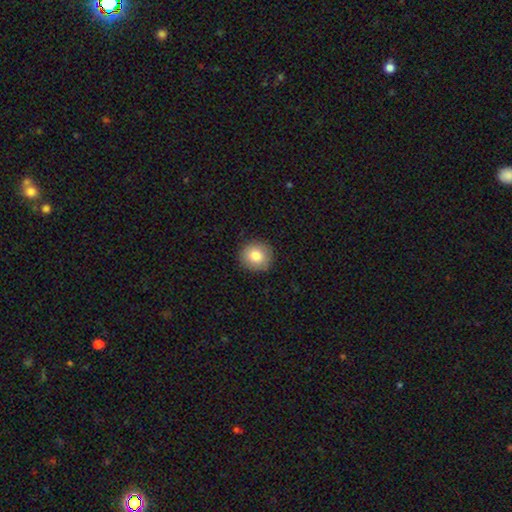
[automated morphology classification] Smooth or featured?
  - smooth: 81% *
  - featured or disk: 10%
  - star or artifact: 9%
How rounded?
  - round: 91% *
  - in between: 8%
  - cigar-shaped: 1%
Merging?
  - none: 90% *
  - minor disturbance: 7%
  - major disturbance: 2%
  - merger: 1%